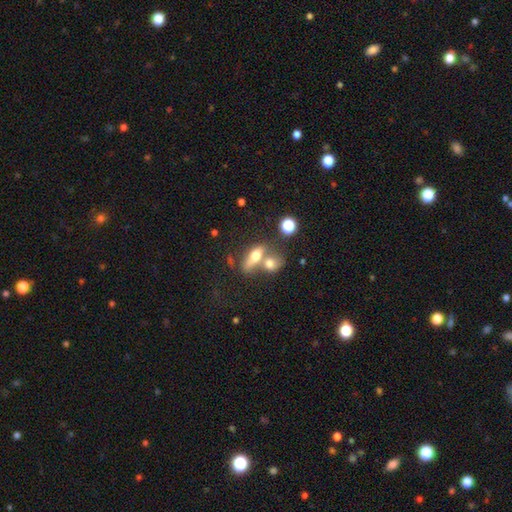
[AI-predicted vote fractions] smooth 62%, featured or disk 27%, star or artifact 10%. Down the decision tree: how rounded — in between (61%); merging — merger (54%).